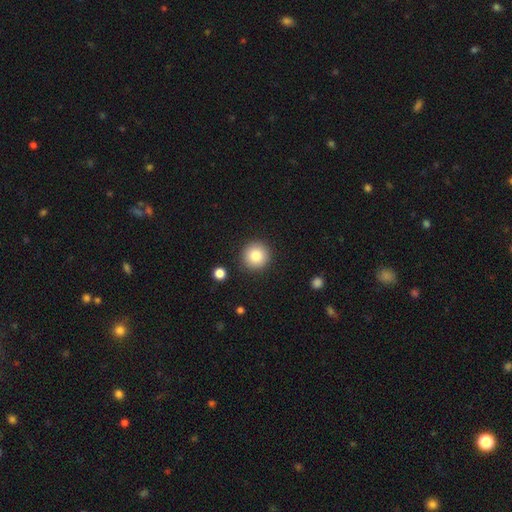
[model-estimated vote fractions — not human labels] Morphology: type=smooth (84%); roundness=round (95%); merging=none (90%).